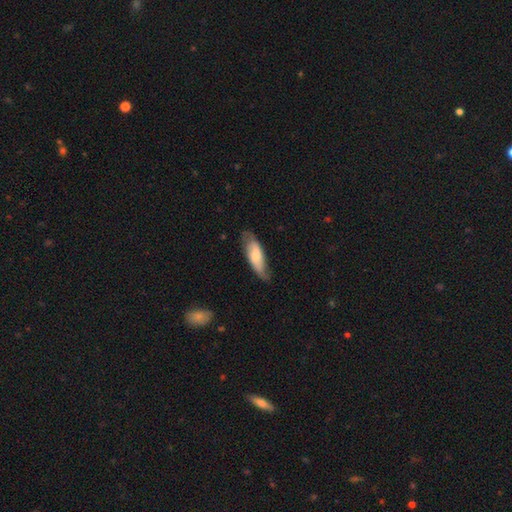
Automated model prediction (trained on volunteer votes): Smooth or featured? Predicted: smooth (p=0.63). How rounded? Predicted: in between (p=0.62). Merging? Predicted: none (p=0.65).